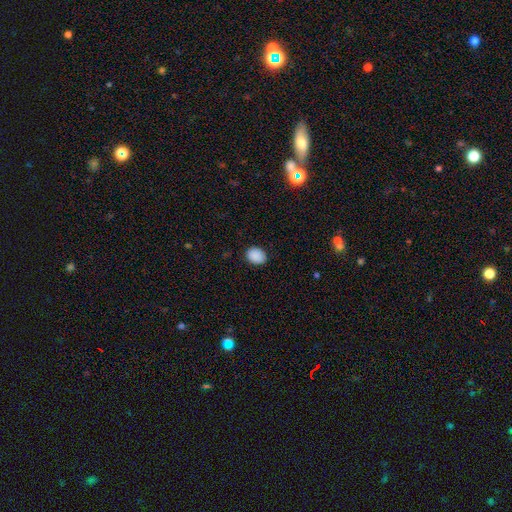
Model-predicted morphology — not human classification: Overall: smooth (89%). How rounded: in between (57%; round 42%). Merging: none (87%).